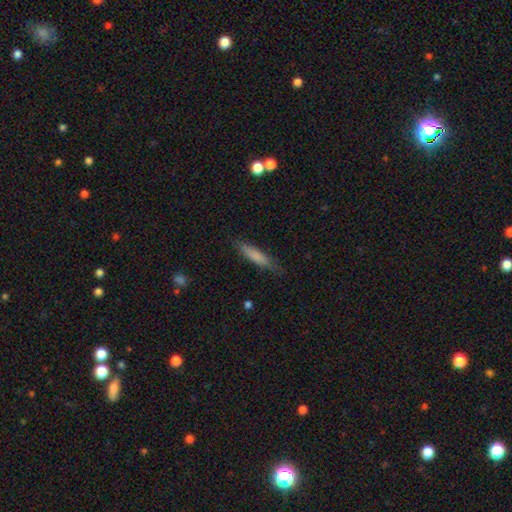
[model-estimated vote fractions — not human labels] A smooth galaxy with no disk features (76%) that is cigar-shaped (83%). Merging: none (80%).